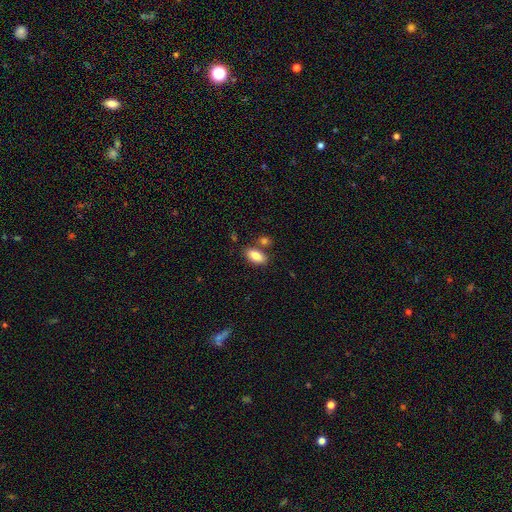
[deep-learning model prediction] smooth_or_featured: smooth (p=0.86) [alt: featured or disk p=0.07]
how_rounded: in between (p=0.92) [alt: cigar-shaped p=0.05]
merging: none (p=0.72) [alt: merger p=0.14]